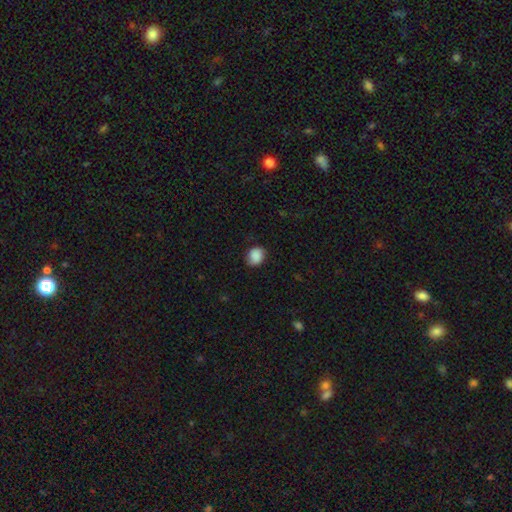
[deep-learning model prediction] The model was most divided on "how rounded": round: 61%, in between: 38%, cigar-shaped: 1%. More confident: smooth or featured — smooth (87%); merging — none (80%).